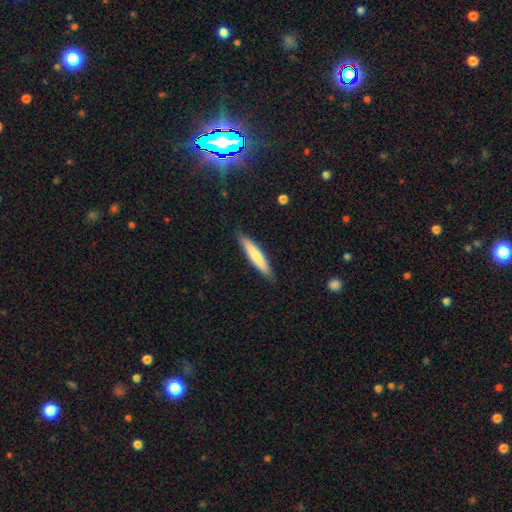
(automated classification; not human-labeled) Smooth or featured? smooth (71%)
How rounded? cigar-shaped (88%)
Merging? none (88%)